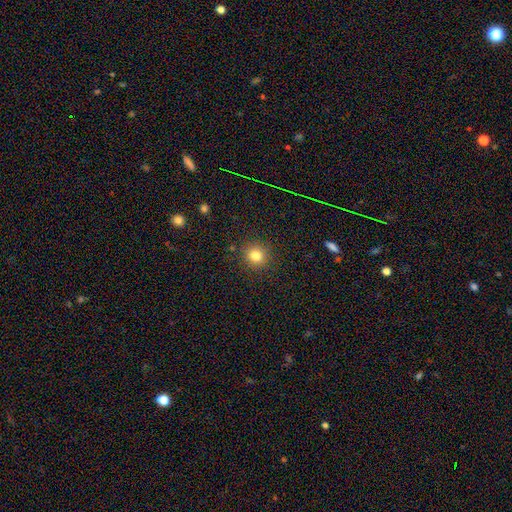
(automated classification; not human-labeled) smooth_or_featured: smooth (p=0.80) [alt: star or artifact p=0.13]
how_rounded: round (p=0.89) [alt: in between p=0.10]
merging: none (p=0.89) [alt: minor disturbance p=0.07]